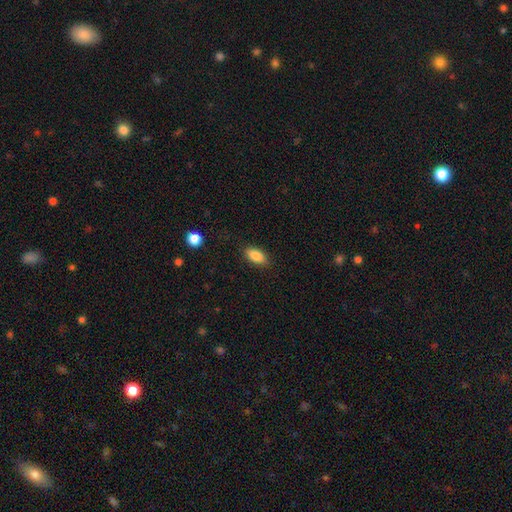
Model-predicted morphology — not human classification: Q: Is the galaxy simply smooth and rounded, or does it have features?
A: smooth — 86%.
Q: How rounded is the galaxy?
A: in between — 89%.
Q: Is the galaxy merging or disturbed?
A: none — 87%.